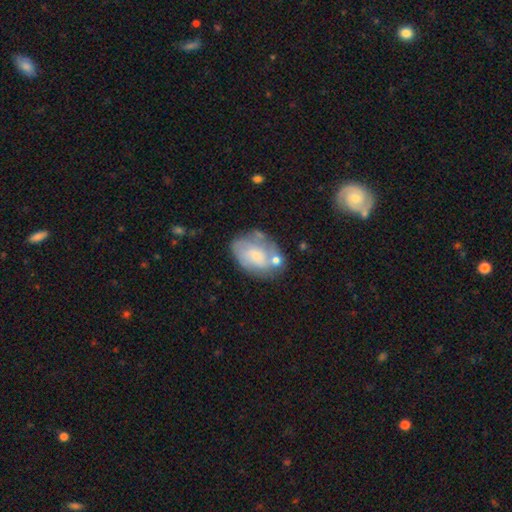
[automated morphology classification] The model was most divided on "smooth or featured": featured or disk: 48%, smooth: 45%, star or artifact: 8%. Remaining: merging — none (48%).